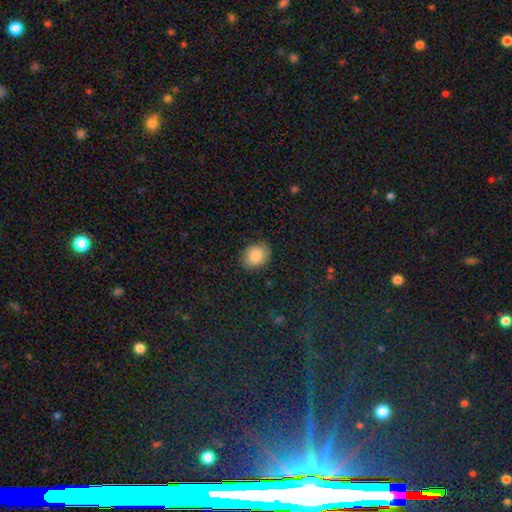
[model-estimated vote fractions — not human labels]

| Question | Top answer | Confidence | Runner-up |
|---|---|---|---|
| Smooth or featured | smooth | 87% | star or artifact (8%) |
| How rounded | in between | 54% | round (45%) |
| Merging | none | 85% | minor disturbance (11%) |